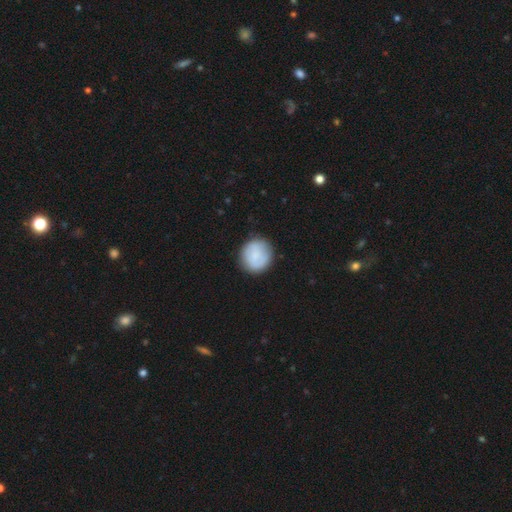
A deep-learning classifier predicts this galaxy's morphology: Q: Smooth or featured?
A: smooth (75%); runner-up: featured or disk (19%)
Q: How rounded?
A: round (88%); runner-up: in between (11%)
Q: Merging?
A: none (83%); runner-up: minor disturbance (12%)